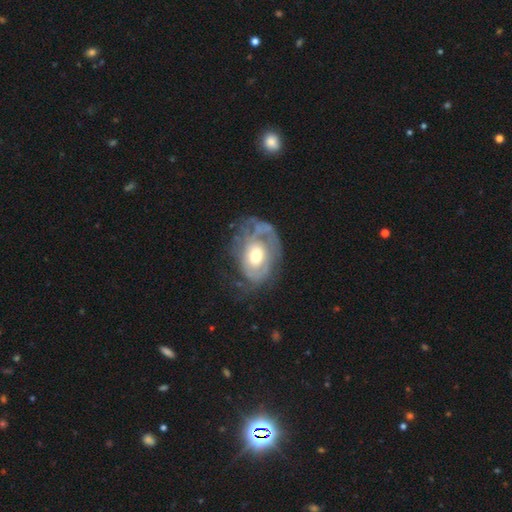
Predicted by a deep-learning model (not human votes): Smooth or featured: featured or disk — 70% (smooth — 24%)
Edge-on disk: no — 96% (yes — 4%)
Bar: no — 79% (weak — 17%)
Spiral arms: yes — 63% (no — 37%)
Bulge size: moderate — 65% (large — 17%)
Merging: none — 38% (major disturbance — 33%)